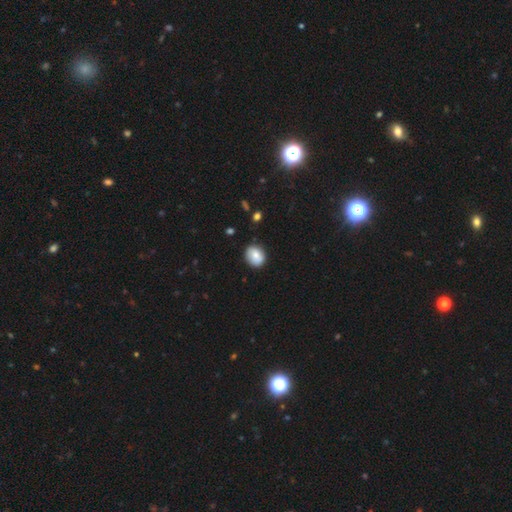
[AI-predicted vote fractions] Smooth or featured?
  - smooth: 81% *
  - featured or disk: 12%
  - star or artifact: 8%
How rounded?
  - round: 54% *
  - in between: 45%
  - cigar-shaped: 1%
Merging?
  - none: 82% *
  - minor disturbance: 14%
  - major disturbance: 3%
  - merger: 1%